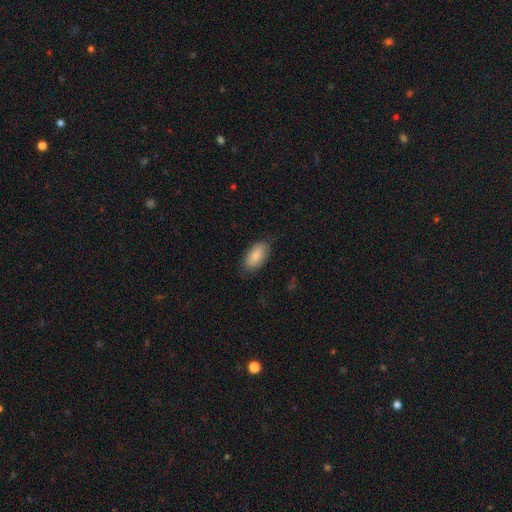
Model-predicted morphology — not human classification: smooth 86%, featured or disk 8%, star or artifact 6%. Down the decision tree: how rounded — in between (94%); merging — none (79%).